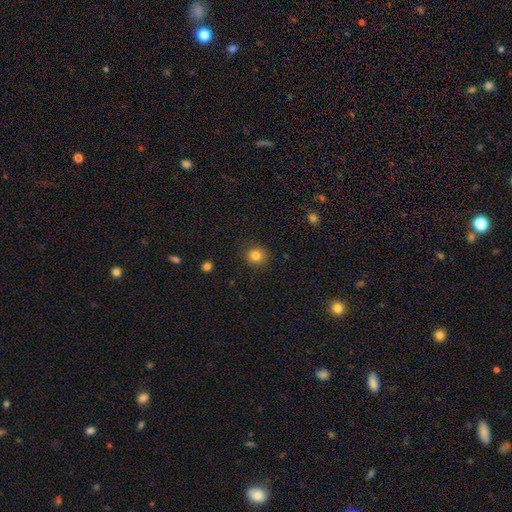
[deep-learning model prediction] A smooth galaxy with no disk features (81%) that is round (89%).

Vote fractions:
- Smooth or featured? smooth: 81% / star or artifact: 12% / featured or disk: 7%
- How rounded? round: 89% / in between: 10% / cigar-shaped: 1%
- Merging? none: 89% / minor disturbance: 7% / major disturbance: 2% / merger: 1%